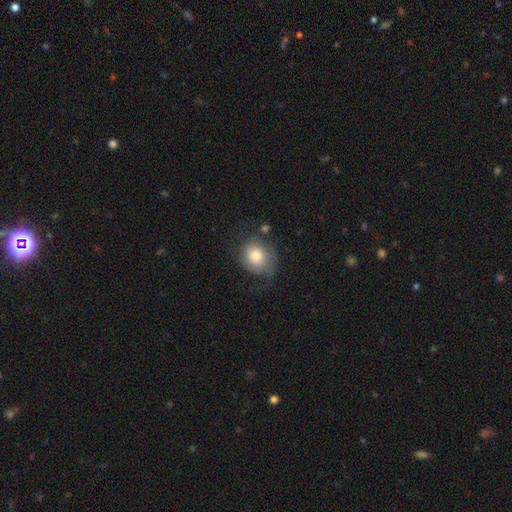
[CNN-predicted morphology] This appears to be a smooth galaxy with no disk features (71%) that is round (73%). Merging: none (52%).